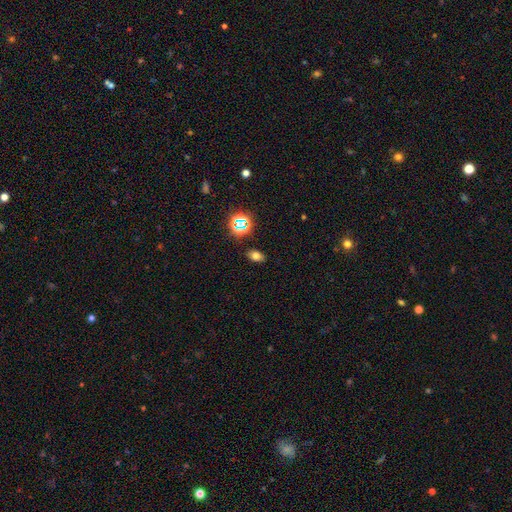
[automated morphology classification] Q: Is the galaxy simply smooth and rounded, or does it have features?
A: smooth — 69%.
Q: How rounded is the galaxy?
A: in between — 84%.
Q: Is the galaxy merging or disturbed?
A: none — 87%.